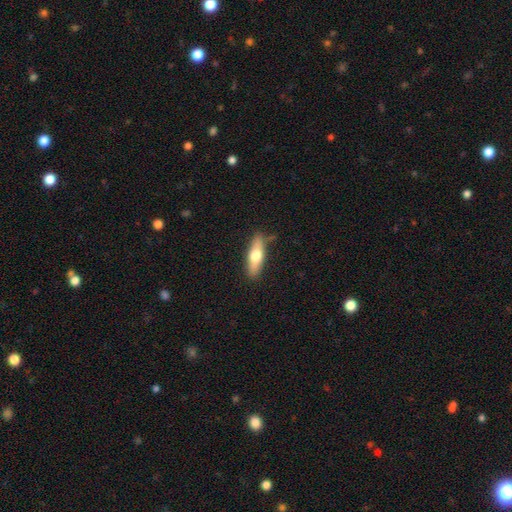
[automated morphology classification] smooth_or_featured: smooth (p=0.59) [alt: featured or disk p=0.35]
how_rounded: cigar-shaped (p=0.51) [alt: in between p=0.46]
merging: none (p=0.81) [alt: minor disturbance p=0.14]